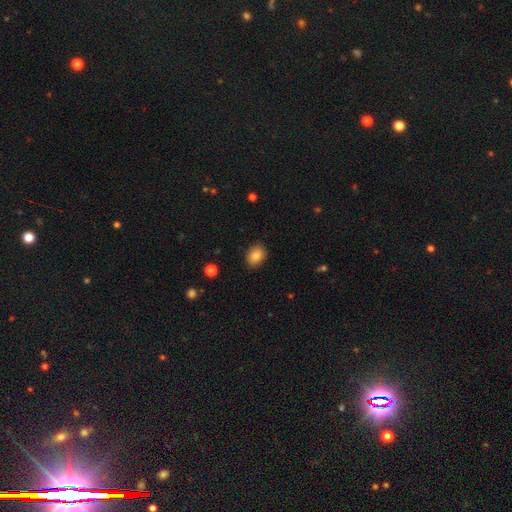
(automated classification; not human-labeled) Q: Smooth or featured?
A: smooth (85%); runner-up: star or artifact (9%)
Q: How rounded?
A: in between (52%); runner-up: round (47%)
Q: Merging?
A: none (89%); runner-up: minor disturbance (8%)